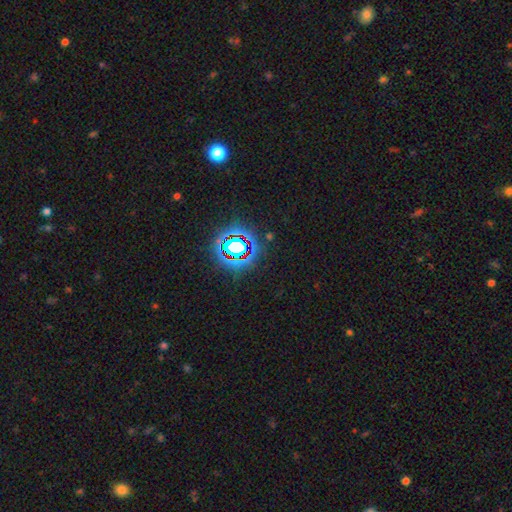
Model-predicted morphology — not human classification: Smooth or featured?
  - star or artifact: 81% *
  - smooth: 12%
  - featured or disk: 7%